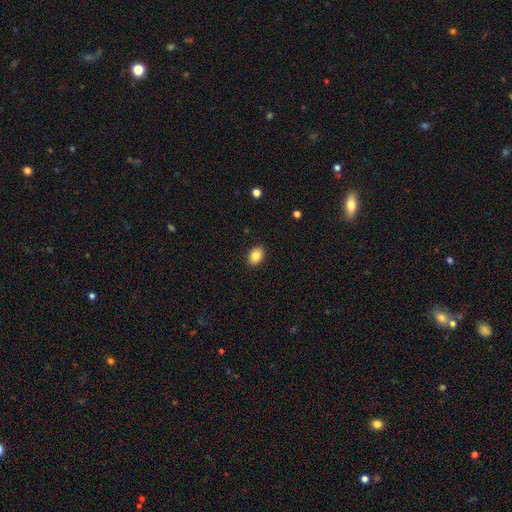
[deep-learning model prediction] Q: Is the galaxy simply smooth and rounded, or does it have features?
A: smooth — 86%.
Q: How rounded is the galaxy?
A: in between — 71%.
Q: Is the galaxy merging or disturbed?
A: none — 90%.